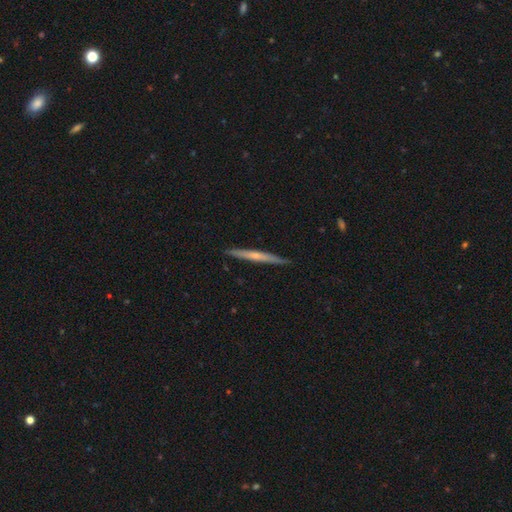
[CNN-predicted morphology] A featured or disk galaxy (57%) viewed edge-on (97%) with a rounded central bulge (48%). Merging: none (90%).